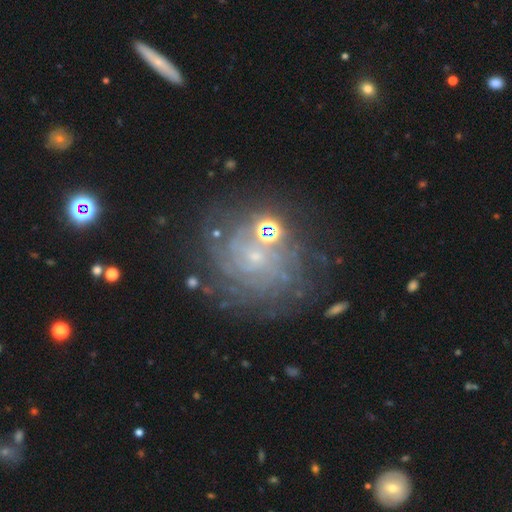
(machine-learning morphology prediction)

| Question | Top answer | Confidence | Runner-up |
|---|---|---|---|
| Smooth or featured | featured or disk | 76% | star or artifact (13%) |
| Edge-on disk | no | 98% | yes (2%) |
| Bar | no | 75% | weak (21%) |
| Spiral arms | yes | 90% | no (10%) |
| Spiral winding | tight | 72% | medium (21%) |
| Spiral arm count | can't tell | 43% | more than 4 (17%) |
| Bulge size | small | 78% | moderate (11%) |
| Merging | none | 69% | minor disturbance (16%) |